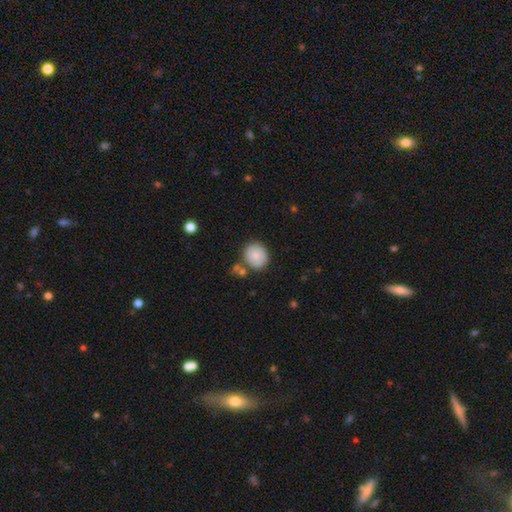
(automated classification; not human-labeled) This appears to be a smooth galaxy with no disk features (76%) that is round (78%). Merging: none (73%).